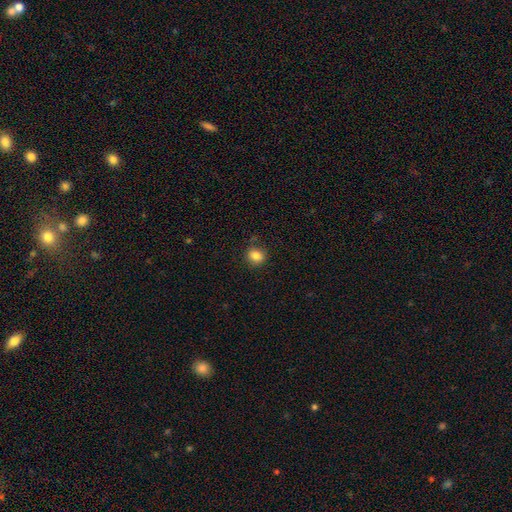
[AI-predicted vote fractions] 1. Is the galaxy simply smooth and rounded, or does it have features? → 84% smooth, 10% star or artifact, 5% featured or disk.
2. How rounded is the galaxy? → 67% round, 32% in between, 1% cigar-shaped.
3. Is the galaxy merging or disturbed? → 84% none, 11% minor disturbance, 3% major disturbance, 2% merger.